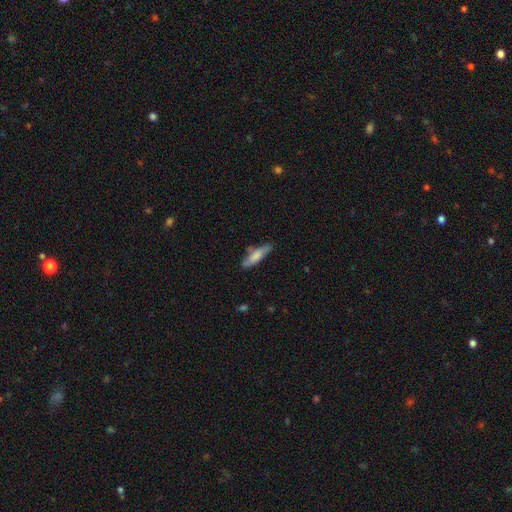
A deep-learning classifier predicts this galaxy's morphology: Smooth or featured: smooth — 71% (featured or disk — 23%)
How rounded: cigar-shaped — 68% (in between — 31%)
Merging: none — 70% (minor disturbance — 21%)